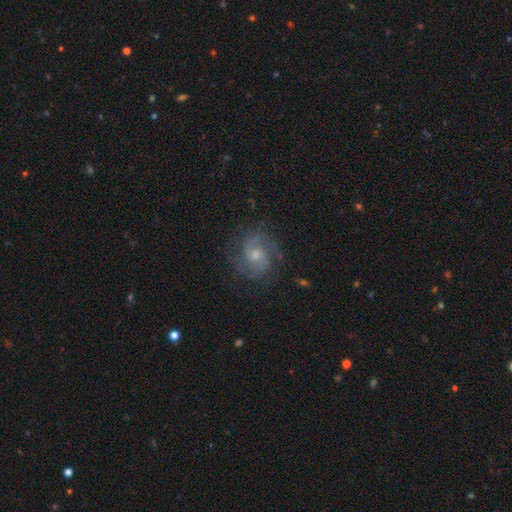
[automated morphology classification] Overall: featured or disk (85%). Edge-on disk: no (98%). Bar: no (61%; weak 34%). Spiral arms: yes (97%). Spiral arm count: 2 (70%). Spiral winding: medium (50%; tight 39%). Bulge size: small (51%; moderate 42%). Merging: none (77%).